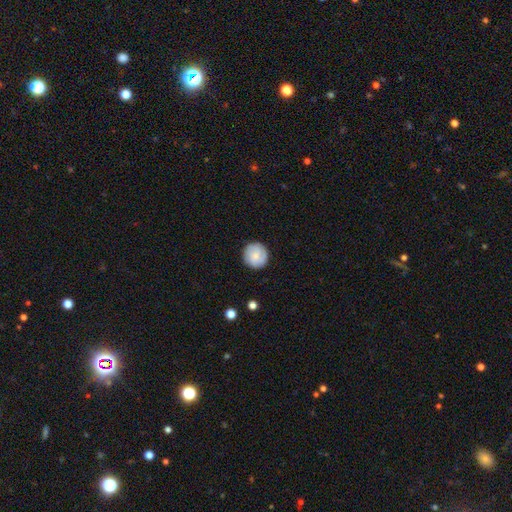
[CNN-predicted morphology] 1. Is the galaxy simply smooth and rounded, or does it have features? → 63% smooth, 30% featured or disk, 7% star or artifact.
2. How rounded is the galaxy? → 94% round, 5% in between, 1% cigar-shaped.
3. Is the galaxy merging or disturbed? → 87% none, 10% minor disturbance, 2% major disturbance, 1% merger.